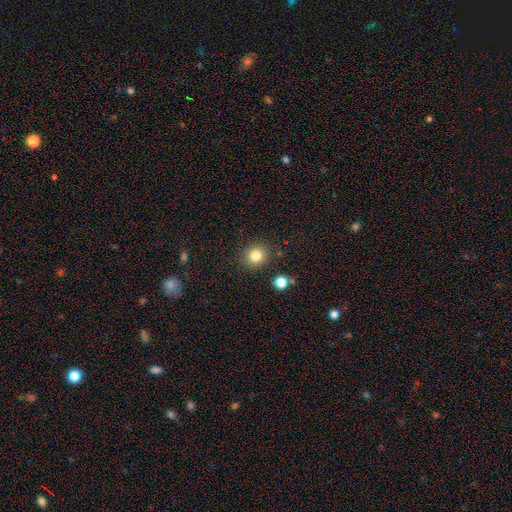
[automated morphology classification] smooth_or_featured: smooth (p=0.83) [alt: star or artifact p=0.11]
how_rounded: round (p=0.83) [alt: in between p=0.16]
merging: none (p=0.88) [alt: minor disturbance p=0.07]